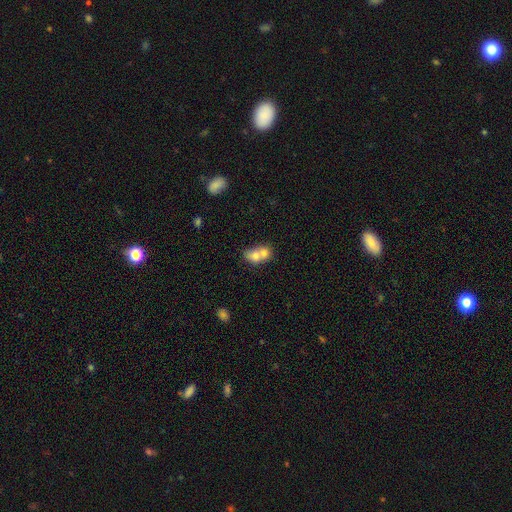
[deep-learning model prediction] Smooth or featured? Predicted: smooth (p=0.68). How rounded? Predicted: in between (p=0.52). Merging? Predicted: merger (p=0.73).